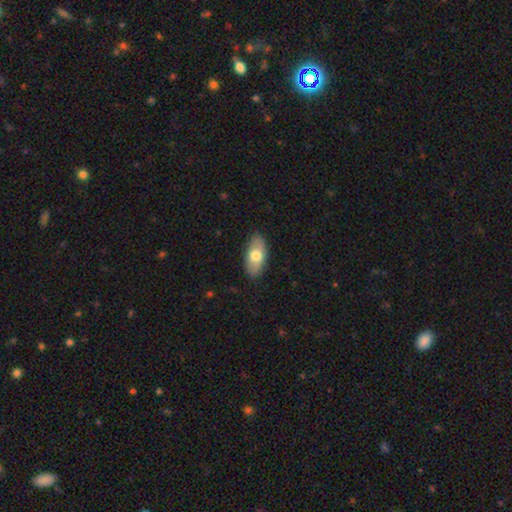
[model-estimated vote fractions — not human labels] A smooth galaxy with no disk features (70%) that is in between round and cigar-shaped (90%).

Vote fractions:
- Smooth or featured? smooth: 70% / featured or disk: 24% / star or artifact: 6%
- How rounded? in between: 90% / cigar-shaped: 7% / round: 3%
- Merging? none: 87% / minor disturbance: 10% / major disturbance: 2% / merger: 1%